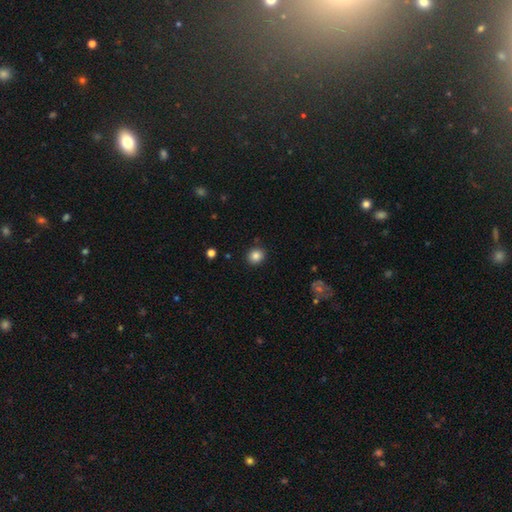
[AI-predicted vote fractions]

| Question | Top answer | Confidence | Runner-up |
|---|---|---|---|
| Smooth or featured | smooth | 85% | star or artifact (10%) |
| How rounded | round | 81% | in between (18%) |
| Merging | none | 89% | minor disturbance (7%) |